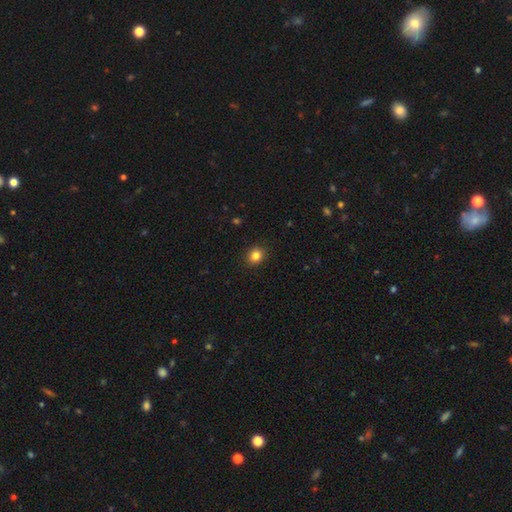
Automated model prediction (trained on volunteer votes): This is clearly a smooth galaxy (83%). How rounded: likely round (75%). Merging: clearly none (91%).